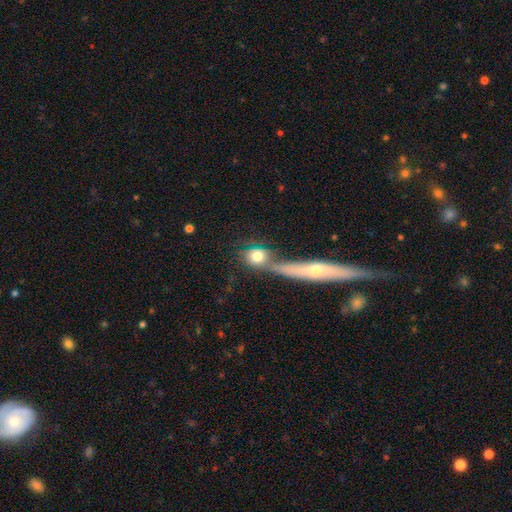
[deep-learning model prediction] Q: Smooth or featured?
A: smooth (70%); runner-up: featured or disk (20%)
Q: How rounded?
A: round (68%); runner-up: in between (23%)
Q: Merging?
A: none (43%); runner-up: merger (38%)